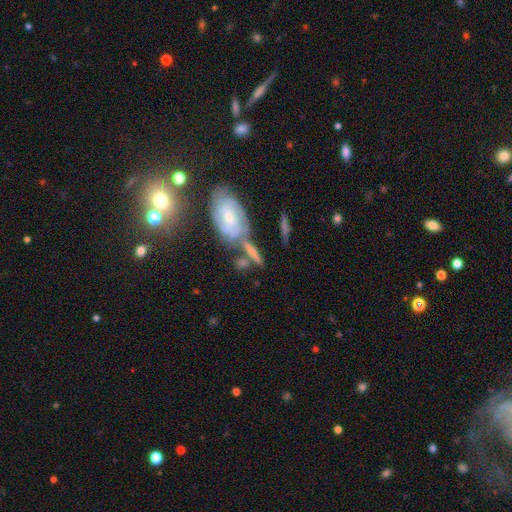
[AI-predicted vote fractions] featured or disk 61%, smooth 26%, star or artifact 13%. Down the decision tree: edge-on disk — no (77%); merging — none (50%).